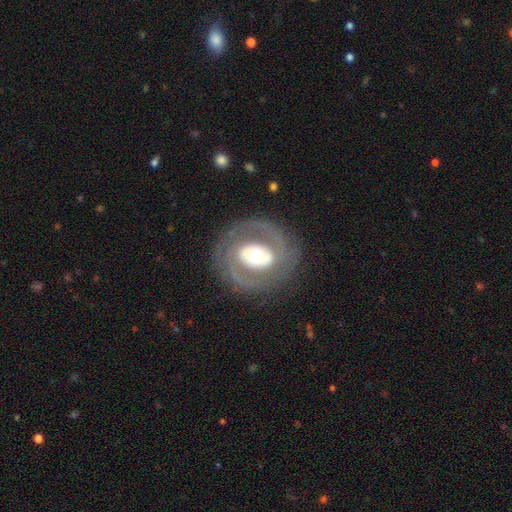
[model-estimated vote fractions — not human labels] smooth-or-featured: featured or disk: 72% | smooth: 21% | star or artifact: 6%
  disk-edge-on: no: 96% | yes: 4%
    bar: no: 52% | weak: 27% | strong: 21%
    has-spiral-arms: yes: 58% | no: 42%
    bulge-size: moderate: 57% | large: 30% | small: 7% | dominant: 4% | none: 1%
  merging: none: 80% | minor disturbance: 10% | major disturbance: 8% | merger: 1%